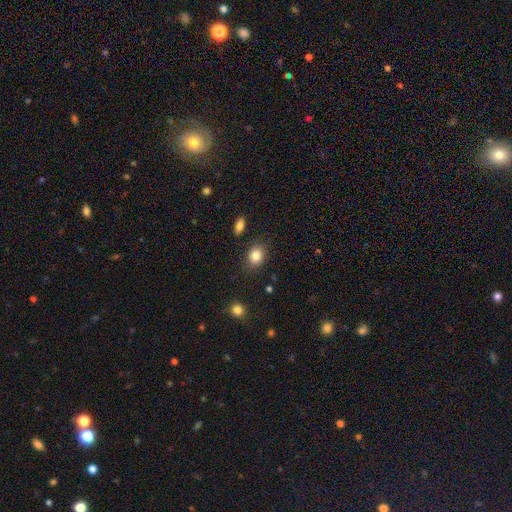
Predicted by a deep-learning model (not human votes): Q: Smooth or featured?
A: smooth (84%); runner-up: star or artifact (9%)
Q: How rounded?
A: in between (52%); runner-up: round (47%)
Q: Merging?
A: none (84%); runner-up: minor disturbance (11%)